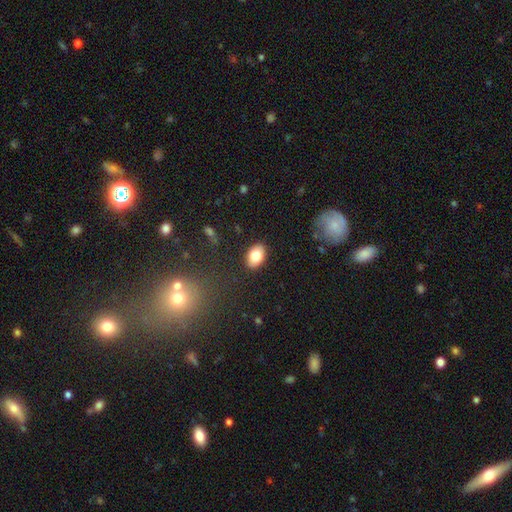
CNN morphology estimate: A smooth galaxy with no disk features (82%) that is in between round and cigar-shaped (89%).

Vote fractions:
- Smooth or featured? smooth: 82% / featured or disk: 10% / star or artifact: 8%
- How rounded? in between: 89% / round: 10% / cigar-shaped: 1%
- Merging? none: 88% / minor disturbance: 9% / major disturbance: 2% / merger: 1%